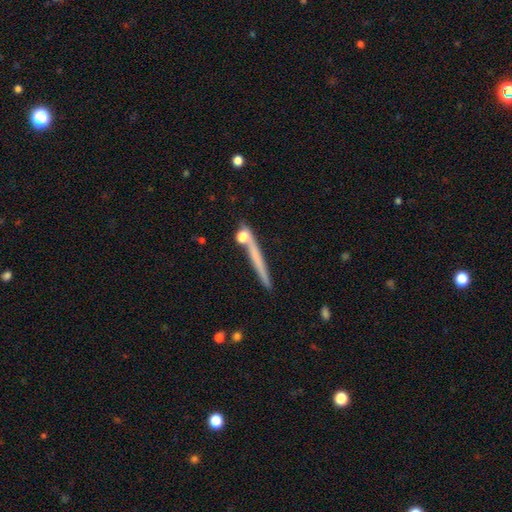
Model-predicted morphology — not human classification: smooth 51%, featured or disk 40%, star or artifact 8%. Down the decision tree: how rounded — cigar-shaped (94%); merging — none (81%).